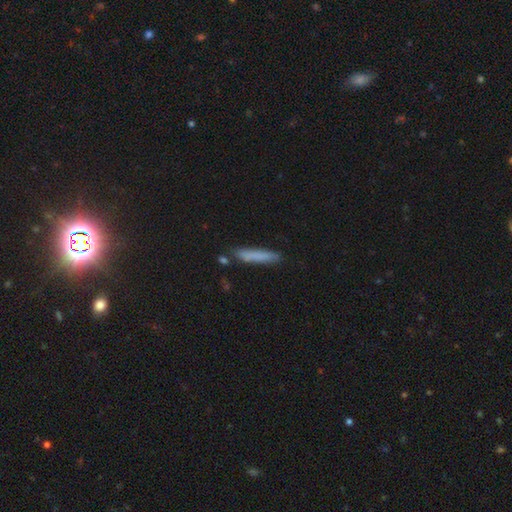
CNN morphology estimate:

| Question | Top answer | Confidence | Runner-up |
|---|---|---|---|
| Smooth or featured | smooth | 77% | featured or disk (15%) |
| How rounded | cigar-shaped | 93% | in between (6%) |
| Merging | none | 81% | minor disturbance (12%) |